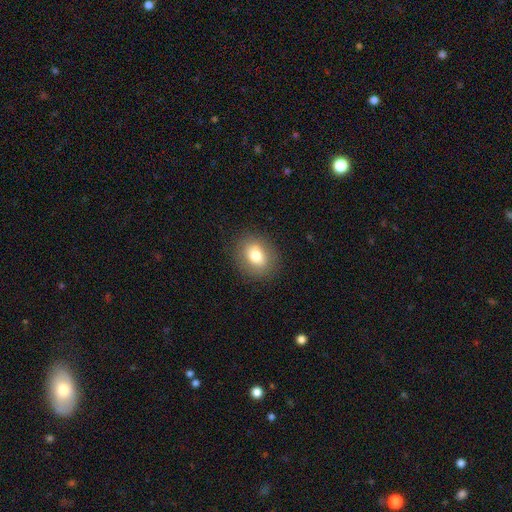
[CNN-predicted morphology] Smooth or featured: smooth — 77% (featured or disk — 13%)
How rounded: round — 51% (in between — 48%)
Merging: none — 86% (minor disturbance — 9%)